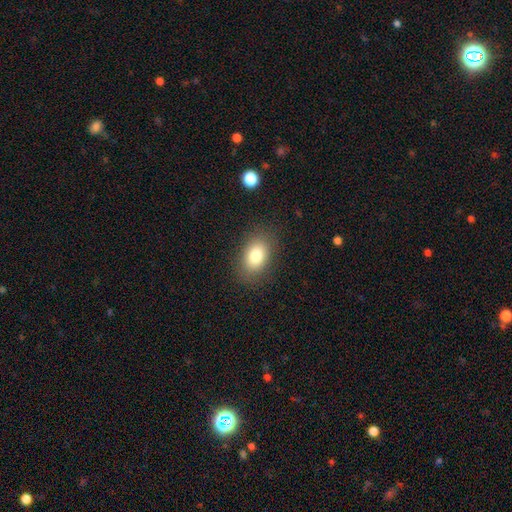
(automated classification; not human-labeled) Morphology: type=smooth (80%); roundness=in between (82%); merging=none (84%).